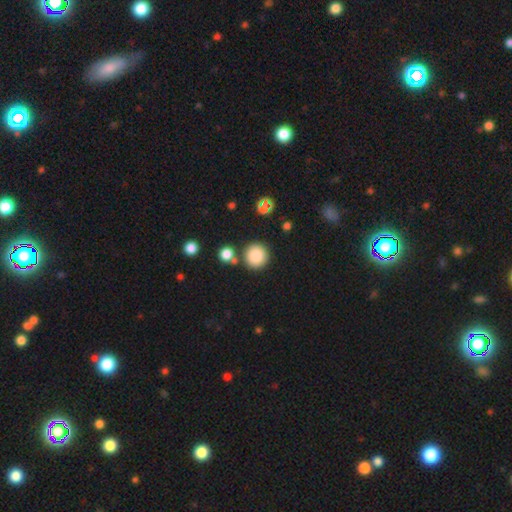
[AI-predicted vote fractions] Smooth or featured: smooth — 85% (star or artifact — 10%)
How rounded: round — 94% (in between — 5%)
Merging: none — 81% (merger — 9%)